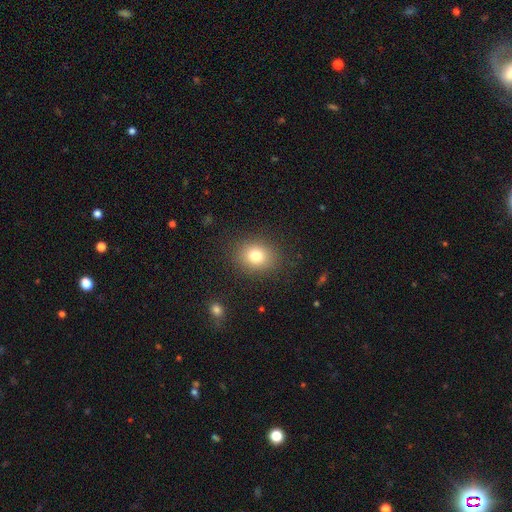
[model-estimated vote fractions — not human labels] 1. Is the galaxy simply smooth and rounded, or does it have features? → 79% smooth, 12% star or artifact, 9% featured or disk.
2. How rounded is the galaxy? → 63% round, 36% in between, 1% cigar-shaped.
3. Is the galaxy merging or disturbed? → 87% none, 8% minor disturbance, 3% major disturbance, 1% merger.